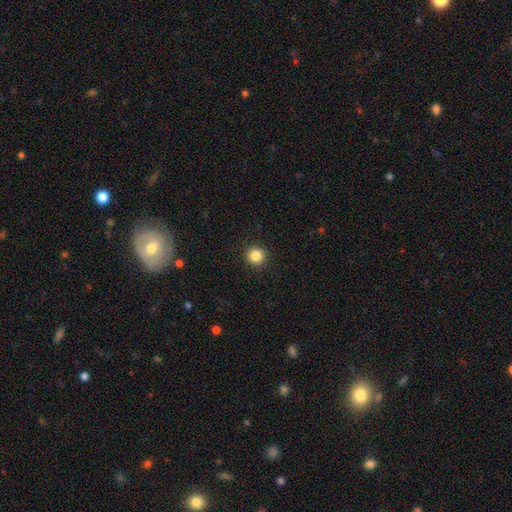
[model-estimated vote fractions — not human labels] A smooth galaxy with no disk features (85%) that is round (95%).

Vote fractions:
- Smooth or featured? smooth: 85% / star or artifact: 11% / featured or disk: 4%
- How rounded? round: 95% / in between: 4% / cigar-shaped: 1%
- Merging? none: 93% / minor disturbance: 4% / major disturbance: 2% / merger: 1%